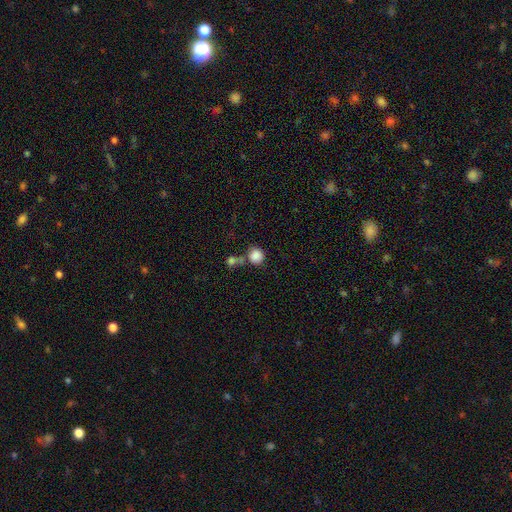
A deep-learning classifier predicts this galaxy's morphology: smooth 86%, star or artifact 9%, featured or disk 5%. Down the decision tree: how rounded — round (88%); merging — none (53%).